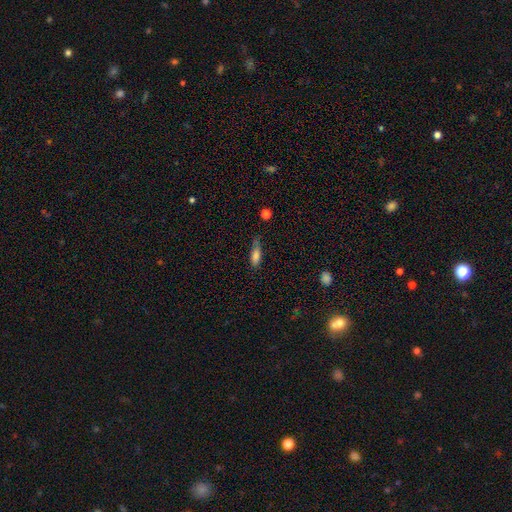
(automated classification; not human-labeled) Overall: smooth (79%). How rounded: in between (59%; cigar-shaped 38%). Merging: none (54%; minor disturbance 34%).